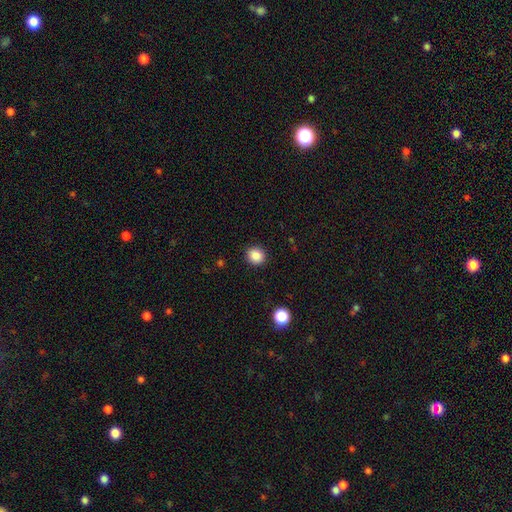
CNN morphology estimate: A smooth galaxy with no disk features (87%) that is round (81%). Merging: none (91%).